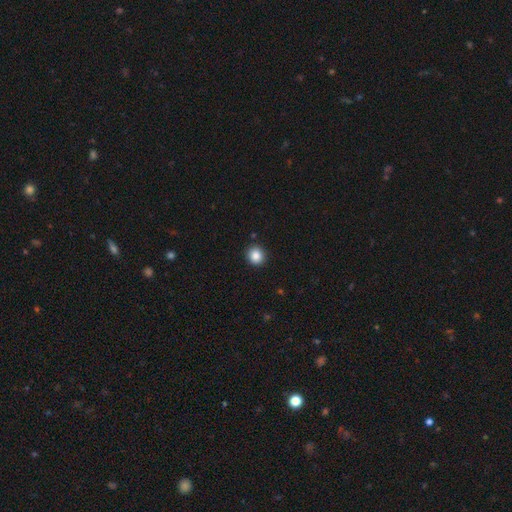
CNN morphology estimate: smooth 86%, star or artifact 10%, featured or disk 4%. Down the decision tree: how rounded — round (91%); merging — none (92%).